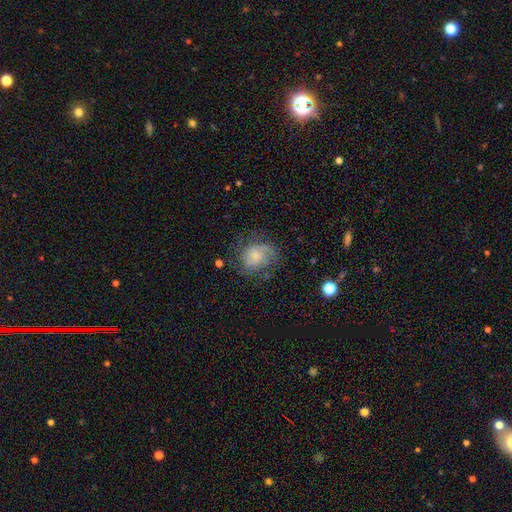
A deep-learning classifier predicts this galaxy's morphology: Overall: featured or disk (54%; smooth 38%). Edge-on disk: no (98%). Bar: no (76%). Spiral arms: yes (83%). Bulge size: small (64%). Merging: none (55%; minor disturbance 24%).